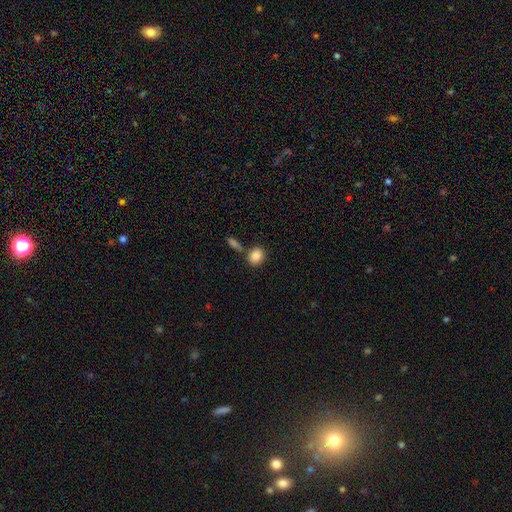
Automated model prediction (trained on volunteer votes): Morphology: type=smooth (87%); roundness=round (69%); merging=none (71%).